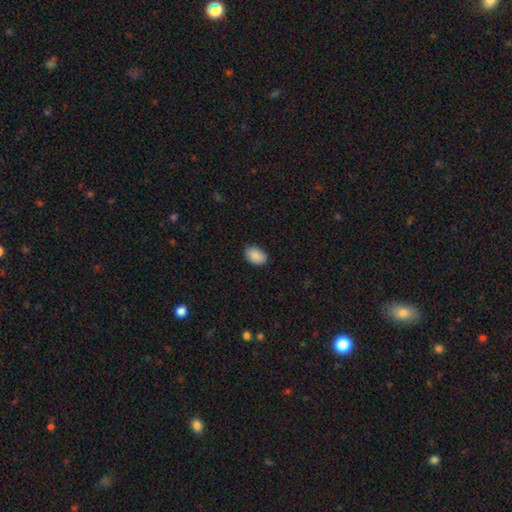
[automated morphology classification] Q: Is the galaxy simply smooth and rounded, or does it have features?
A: smooth — 88%.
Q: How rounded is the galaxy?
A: in between — 85%.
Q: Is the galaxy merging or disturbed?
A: none — 83%.